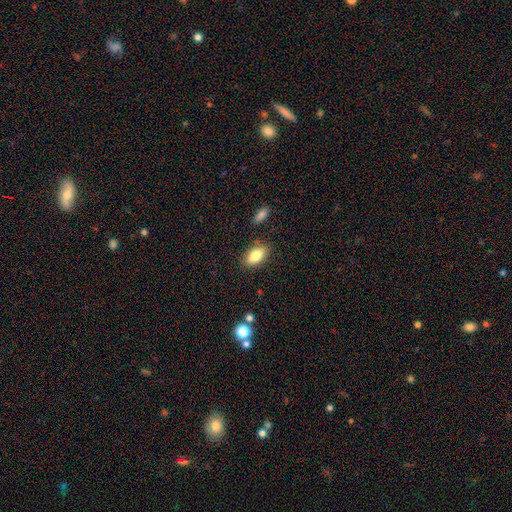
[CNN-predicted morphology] smooth-or-featured: smooth: 82% | featured or disk: 10% | star or artifact: 8%
  how-rounded: in between: 90% | cigar-shaped: 5% | round: 5%
  merging: none: 83% | minor disturbance: 11% | merger: 3% | major disturbance: 3%